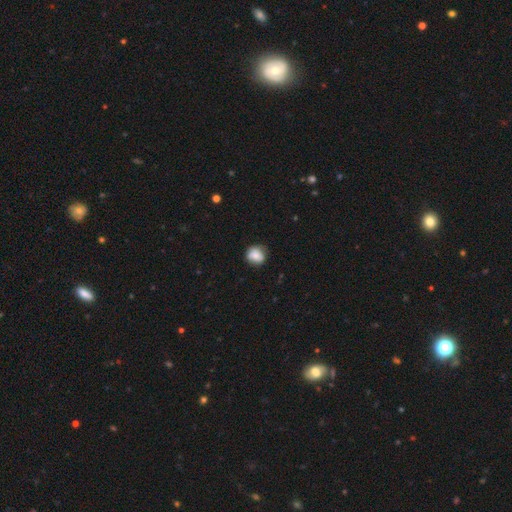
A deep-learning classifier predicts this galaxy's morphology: smooth-or-featured: smooth: 78% | featured or disk: 14% | star or artifact: 9%
  how-rounded: round: 81% | in between: 18% | cigar-shaped: 1%
  merging: none: 76% | minor disturbance: 19% | major disturbance: 4% | merger: 1%